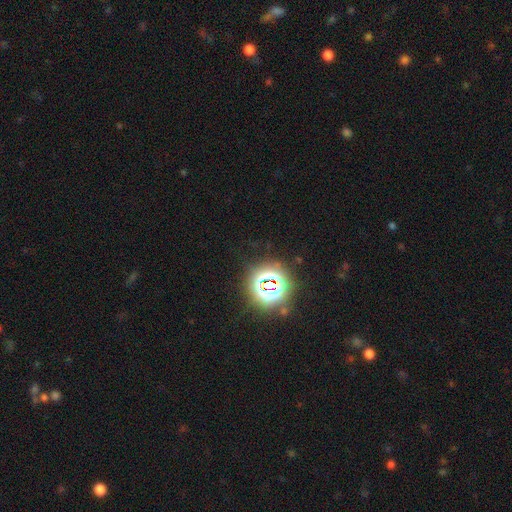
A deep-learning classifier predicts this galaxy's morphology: Overall: star or artifact (80%).